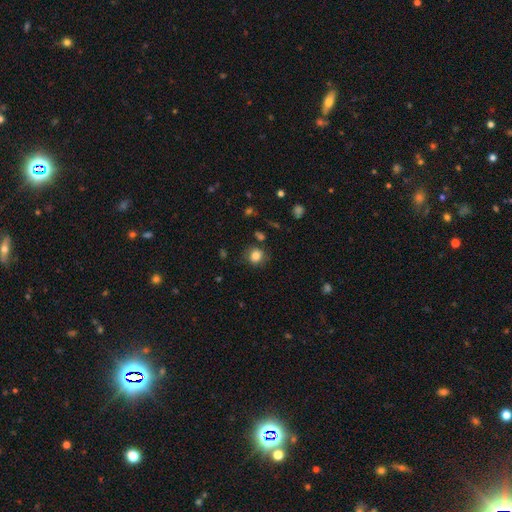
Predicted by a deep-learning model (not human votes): A smooth galaxy with no disk features (83%) that is round (79%).

Vote fractions:
- Smooth or featured? smooth: 83% / star or artifact: 11% / featured or disk: 6%
- How rounded? round: 79% / in between: 20% / cigar-shaped: 1%
- Merging? none: 78% / minor disturbance: 14% / major disturbance: 5% / merger: 3%